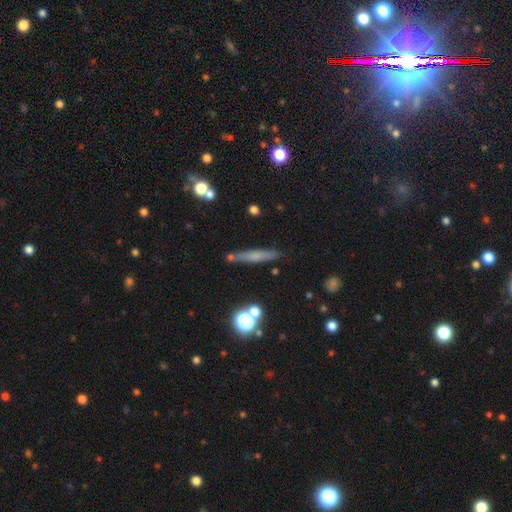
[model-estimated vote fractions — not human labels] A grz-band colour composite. It shows a smooth galaxy with no disk features (55%) that is cigar-shaped (90%). Merging: none (81%).